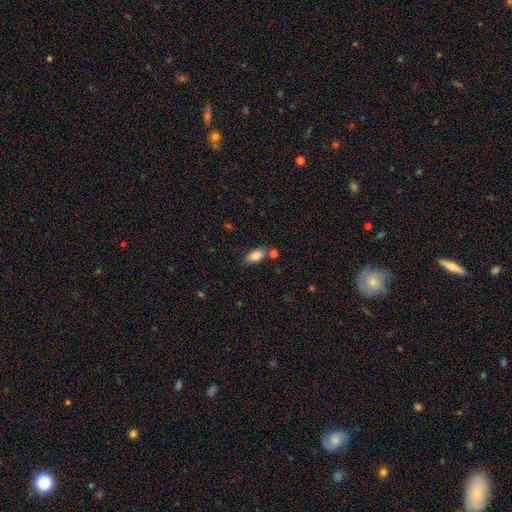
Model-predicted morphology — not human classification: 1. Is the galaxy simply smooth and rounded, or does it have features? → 84% smooth, 8% featured or disk, 8% star or artifact.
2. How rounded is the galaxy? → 91% in between, 5% round, 5% cigar-shaped.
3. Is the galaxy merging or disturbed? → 71% none, 14% minor disturbance, 12% merger, 3% major disturbance.